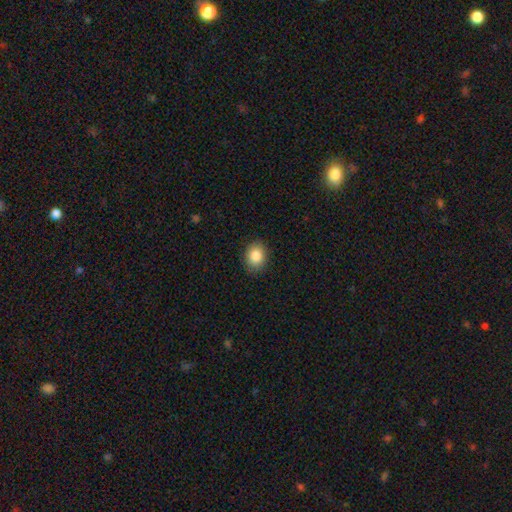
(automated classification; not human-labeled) smooth 85%, star or artifact 9%, featured or disk 6%. Down the decision tree: how rounded — round (50%); merging — none (89%).